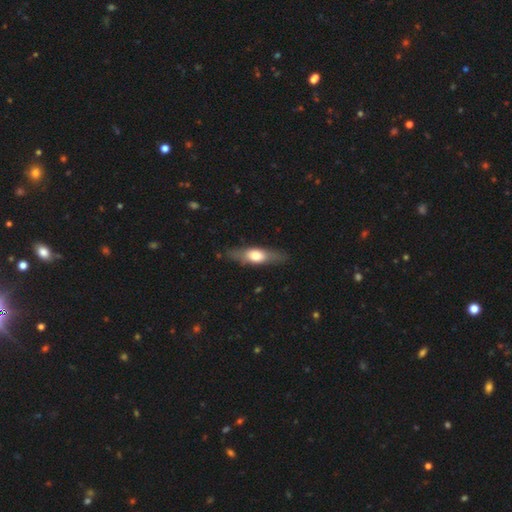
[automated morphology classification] Smooth or featured?
  - smooth: 52% *
  - featured or disk: 42%
  - star or artifact: 6%
How rounded?
  - cigar-shaped: 50% *
  - in between: 46%
  - round: 4%
Merging?
  - none: 82% *
  - minor disturbance: 13%
  - major disturbance: 3%
  - merger: 1%